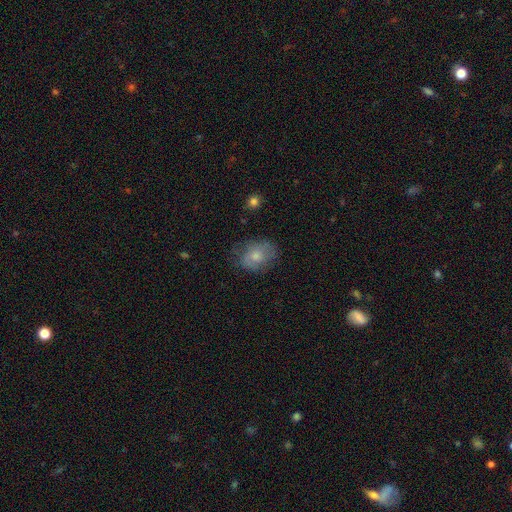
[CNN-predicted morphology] smooth_or_featured: smooth (p=0.65) [alt: featured or disk p=0.27]
how_rounded: in between (p=0.59) [alt: round p=0.40]
merging: none (p=0.63) [alt: minor disturbance p=0.26]